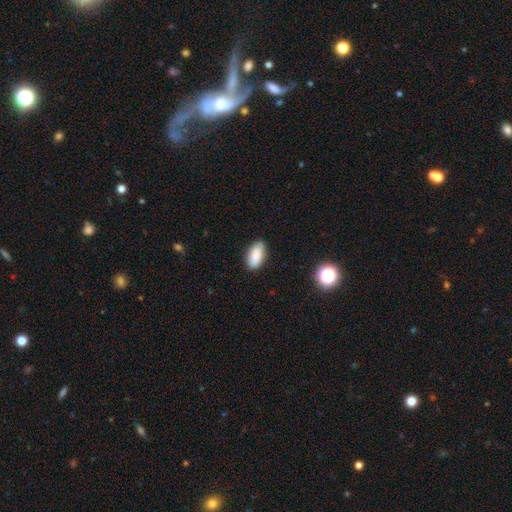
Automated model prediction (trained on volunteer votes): smooth-or-featured: smooth: 88% | star or artifact: 7% | featured or disk: 5%
  how-rounded: in between: 93% | cigar-shaped: 4% | round: 3%
  merging: none: 87% | minor disturbance: 10% | major disturbance: 2% | merger: 1%